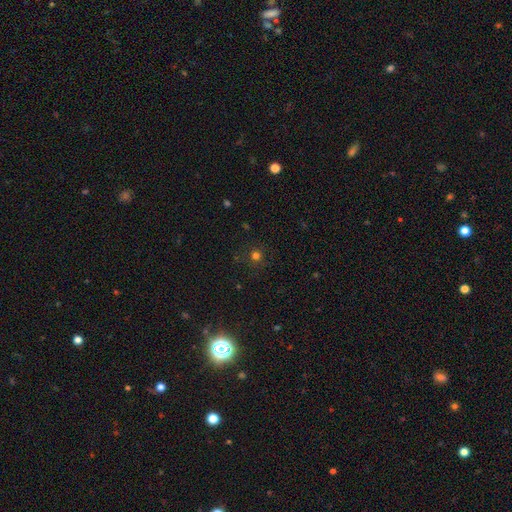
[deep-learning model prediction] Q: Smooth or featured?
A: smooth (71%); runner-up: star or artifact (24%)
Q: How rounded?
A: round (94%); runner-up: in between (5%)
Q: Merging?
A: none (88%); runner-up: minor disturbance (8%)